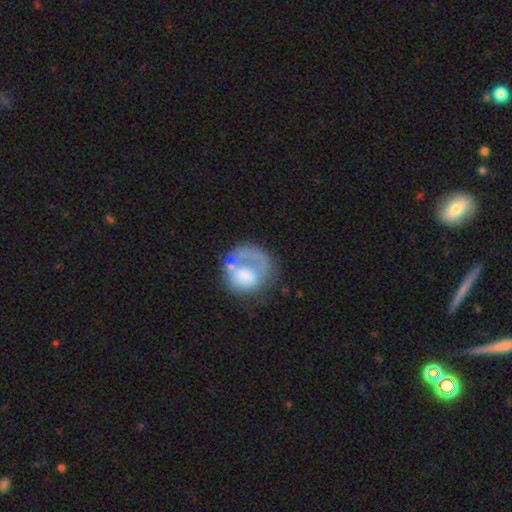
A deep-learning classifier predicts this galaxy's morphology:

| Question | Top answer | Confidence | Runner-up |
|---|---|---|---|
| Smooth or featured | featured or disk | 54% | smooth (38%) |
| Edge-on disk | no | 97% | yes (3%) |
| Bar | no | 82% | weak (14%) |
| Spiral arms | no | 52% | yes (48%) |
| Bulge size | moderate | 32% | large (25%) |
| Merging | none | 46% | major disturbance (28%) |